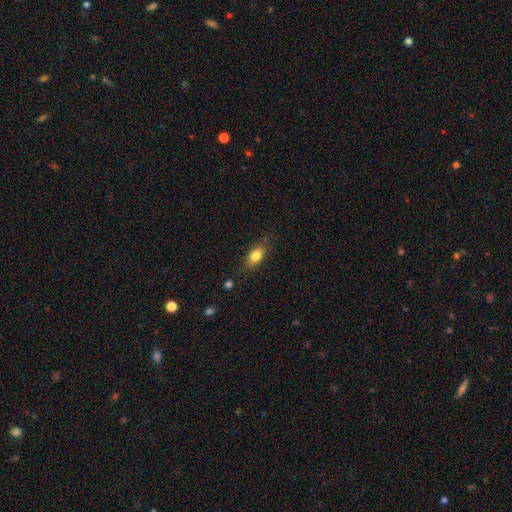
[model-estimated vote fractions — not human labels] Morphology: type=smooth (80%); roundness=in between (83%); merging=none (76%).